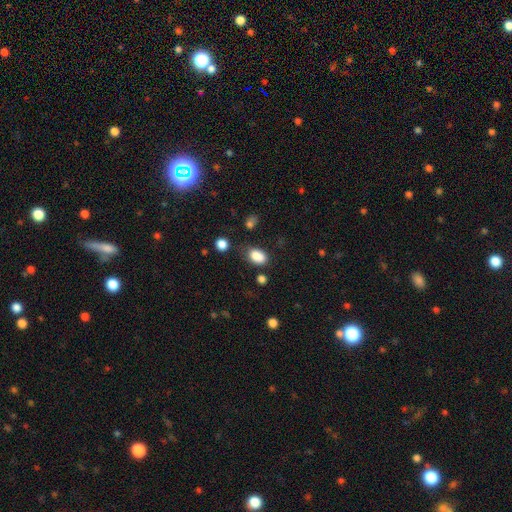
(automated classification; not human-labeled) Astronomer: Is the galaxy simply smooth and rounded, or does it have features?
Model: smooth — 86%.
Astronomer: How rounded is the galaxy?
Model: in between — 87%.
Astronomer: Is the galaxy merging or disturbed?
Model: none — 64%.